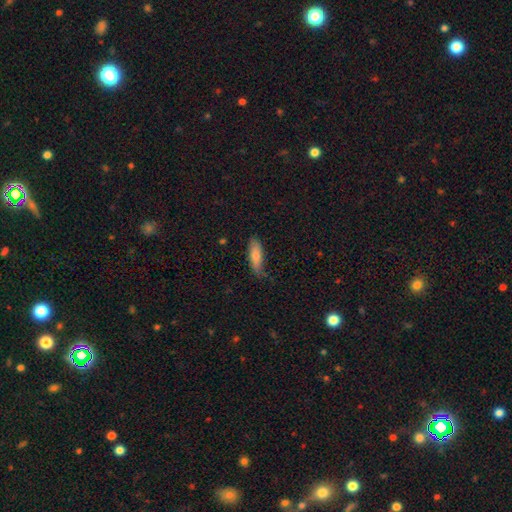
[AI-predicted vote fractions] This appears to be a smooth galaxy with no disk features (79%) that is in between round and cigar-shaped (54%). Merging: none (71%).